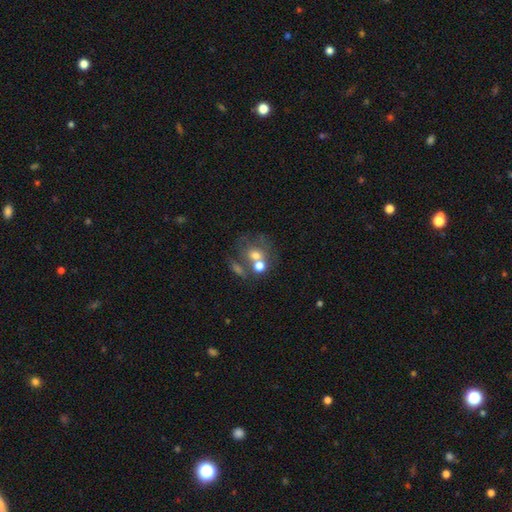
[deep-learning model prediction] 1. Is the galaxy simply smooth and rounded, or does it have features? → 60% smooth, 27% featured or disk, 14% star or artifact.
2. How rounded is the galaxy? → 70% round, 28% in between, 1% cigar-shaped.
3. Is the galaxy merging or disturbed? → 44% merger, 36% none, 11% minor disturbance, 9% major disturbance.